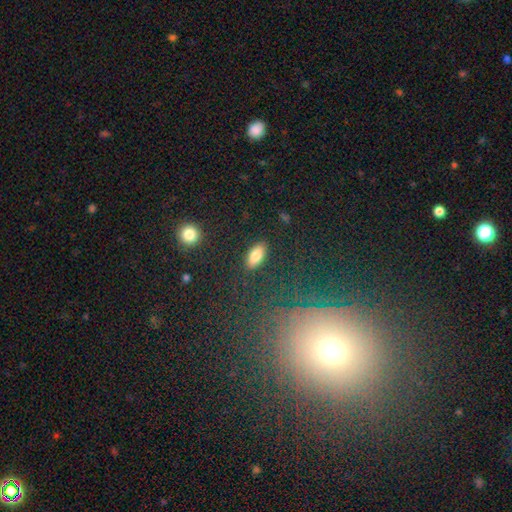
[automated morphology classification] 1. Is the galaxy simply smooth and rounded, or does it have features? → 84% smooth, 9% star or artifact, 7% featured or disk.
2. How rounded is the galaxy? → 90% in between, 6% cigar-shaped, 4% round.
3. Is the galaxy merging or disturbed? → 88% none, 8% minor disturbance, 3% major disturbance, 2% merger.